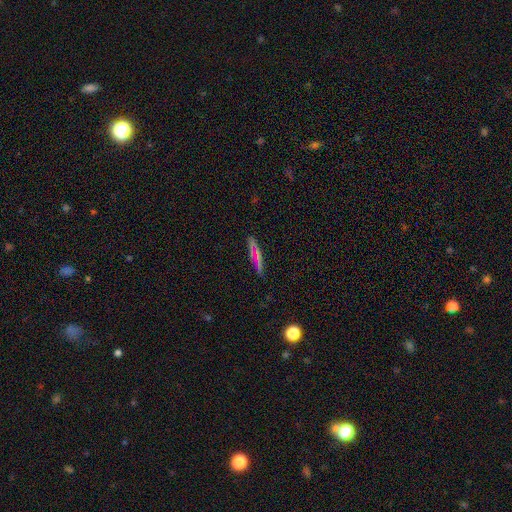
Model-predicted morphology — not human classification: Smooth or featured? Predicted: smooth (p=0.58). How rounded? Predicted: cigar-shaped (p=0.78). Merging? Predicted: none (p=0.82).